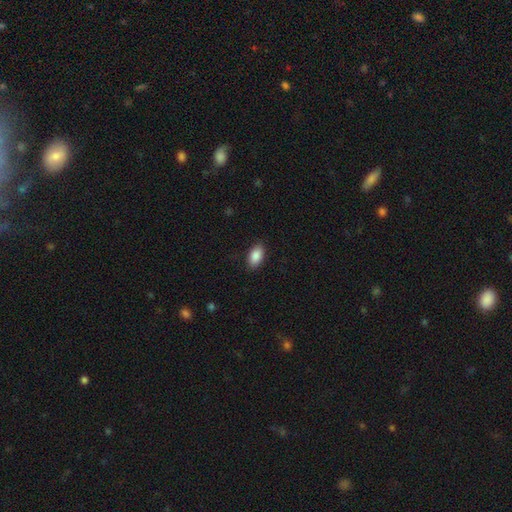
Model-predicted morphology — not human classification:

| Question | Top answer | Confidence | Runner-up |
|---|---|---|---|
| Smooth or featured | smooth | 89% | star or artifact (7%) |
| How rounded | in between | 93% | round (4%) |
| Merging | none | 87% | minor disturbance (10%) |